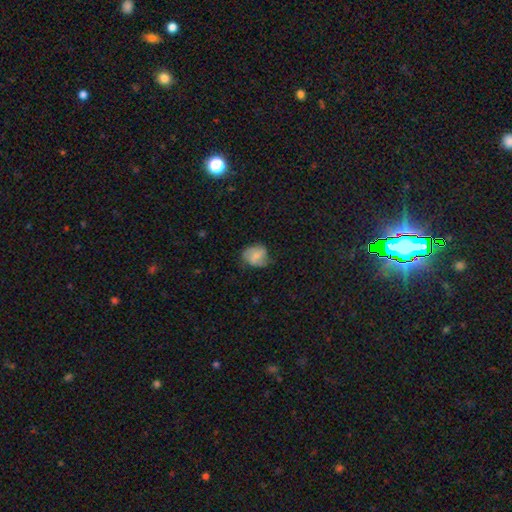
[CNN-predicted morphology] smooth 47%, featured or disk 45%, star or artifact 8%. Down the decision tree: merging — none (59%).